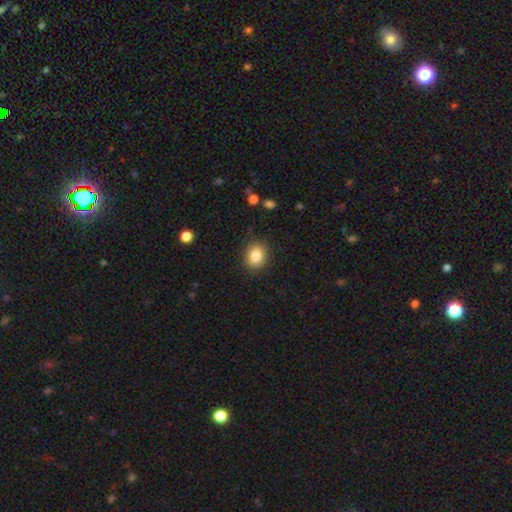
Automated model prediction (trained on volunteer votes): Smooth or featured?
  - smooth: 85% *
  - star or artifact: 9%
  - featured or disk: 6%
How rounded?
  - in between: 51% *
  - round: 48%
  - cigar-shaped: 1%
Merging?
  - none: 88% *
  - minor disturbance: 9%
  - major disturbance: 2%
  - merger: 1%